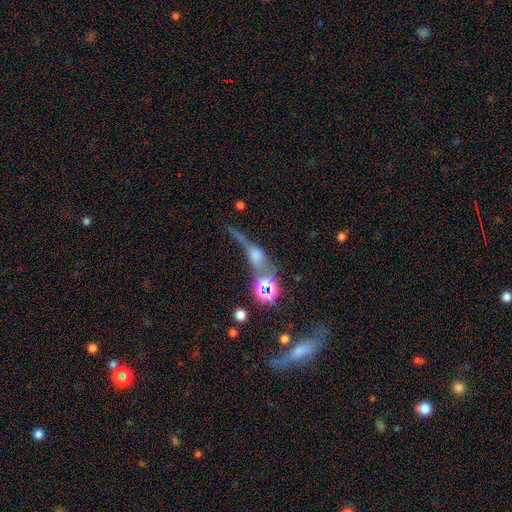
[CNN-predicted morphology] smooth-or-featured: featured or disk: 39% | smooth: 33% | star or artifact: 29%
  merging: none: 31% (tied) | merger: 31% (tied) | major disturbance: 24% | minor disturbance: 14%